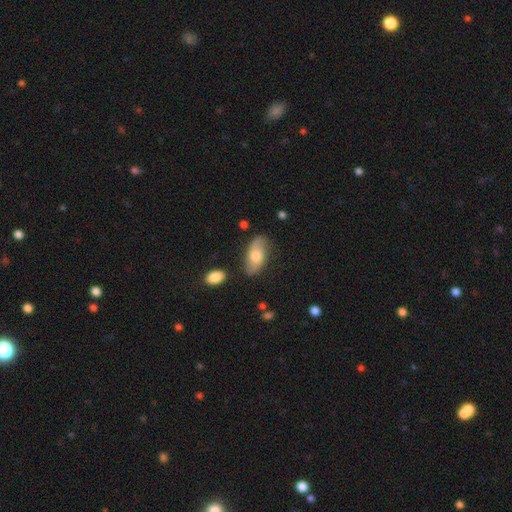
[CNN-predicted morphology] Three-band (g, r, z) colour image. It shows a smooth galaxy with no disk features (54%) that is in between round and cigar-shaped (89%). Merging: none (73%).